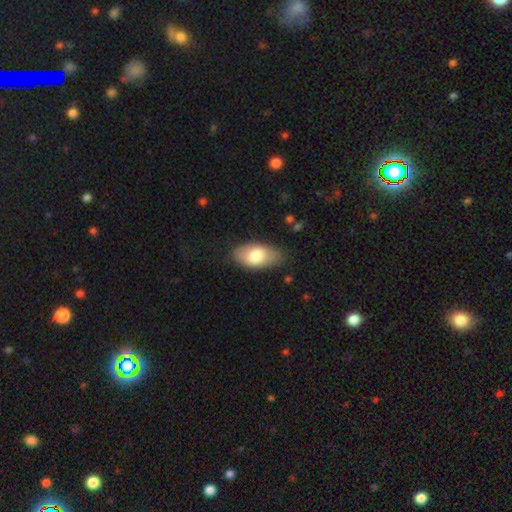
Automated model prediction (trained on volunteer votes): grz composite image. It shows a smooth galaxy with no disk features (77%) that is in between round and cigar-shaped (93%). Merging: none (78%).